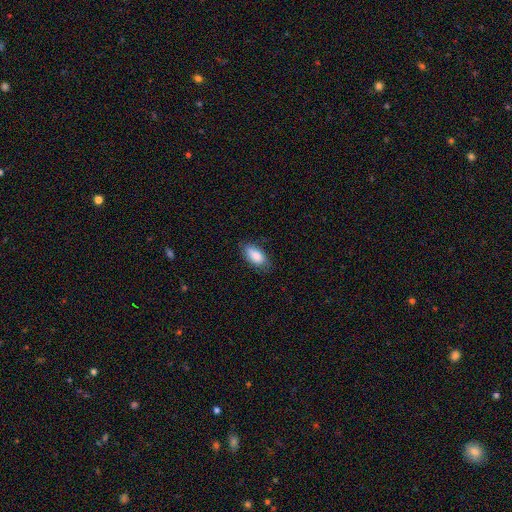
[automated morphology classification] This appears to be a smooth galaxy with no disk features (87%) that is in between round and cigar-shaped (89%). Merging: none (77%).